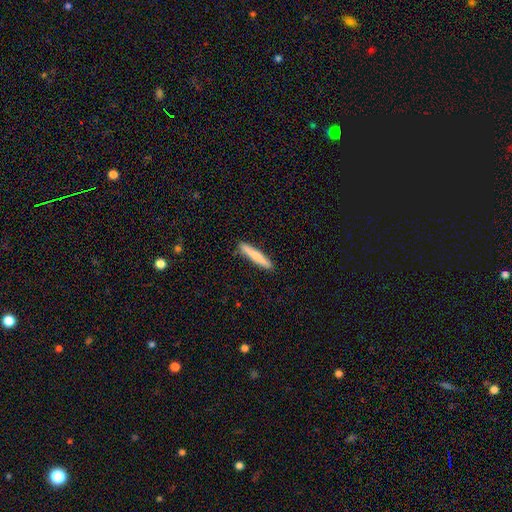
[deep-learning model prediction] Q: Smooth or featured?
A: smooth (74%); runner-up: featured or disk (20%)
Q: How rounded?
A: cigar-shaped (93%); runner-up: in between (5%)
Q: Merging?
A: none (89%); runner-up: minor disturbance (8%)